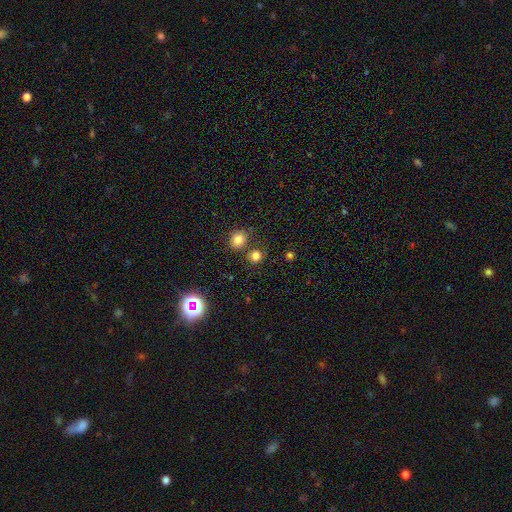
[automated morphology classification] Overall: smooth (78%). How rounded: round (82%). Merging: none (74%).